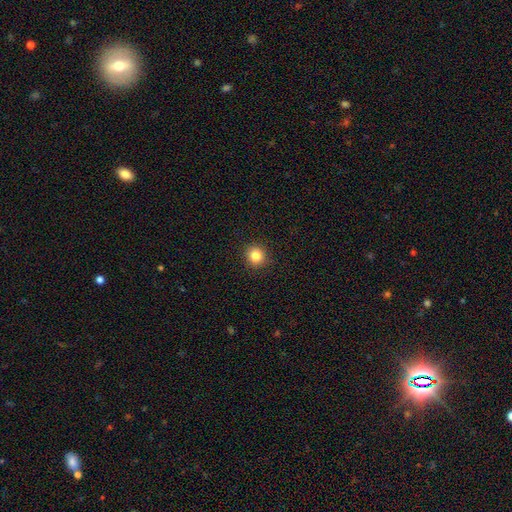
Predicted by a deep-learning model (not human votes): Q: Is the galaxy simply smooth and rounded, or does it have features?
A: smooth — 84%.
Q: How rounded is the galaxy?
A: round — 92%.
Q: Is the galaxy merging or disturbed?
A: none — 91%.